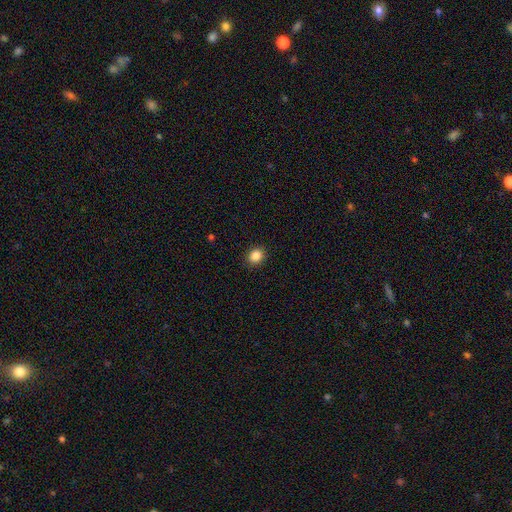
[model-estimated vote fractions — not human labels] Smooth or featured: smooth — 86% (star or artifact — 10%)
How rounded: round — 63% (in between — 36%)
Merging: none — 91% (minor disturbance — 6%)